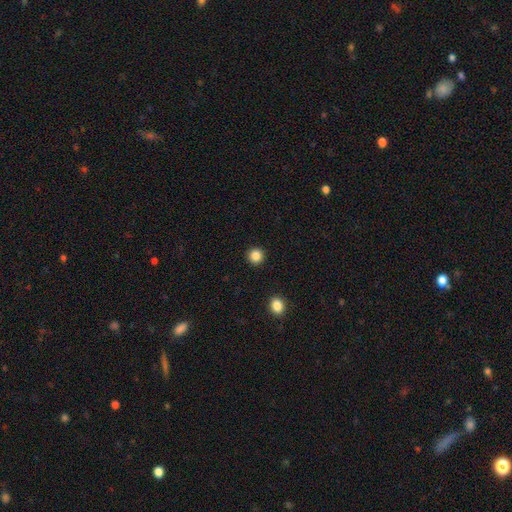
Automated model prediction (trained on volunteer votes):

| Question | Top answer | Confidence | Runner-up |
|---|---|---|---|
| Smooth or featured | smooth | 86% | star or artifact (11%) |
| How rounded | round | 95% | in between (4%) |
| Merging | none | 93% | minor disturbance (4%) |